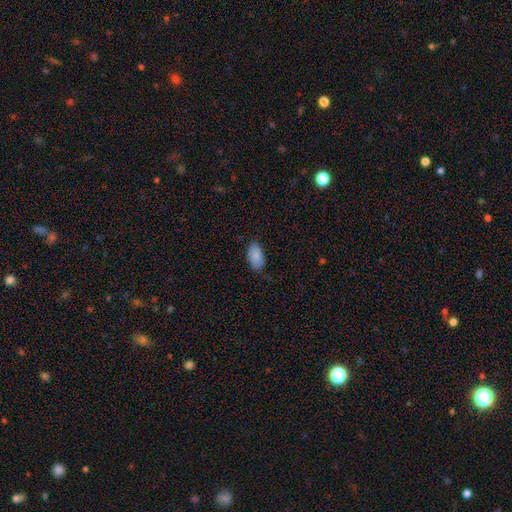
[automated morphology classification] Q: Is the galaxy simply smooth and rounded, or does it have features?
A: smooth — 87%.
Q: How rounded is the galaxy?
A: in between — 94%.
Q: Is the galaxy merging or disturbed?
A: none — 78%.